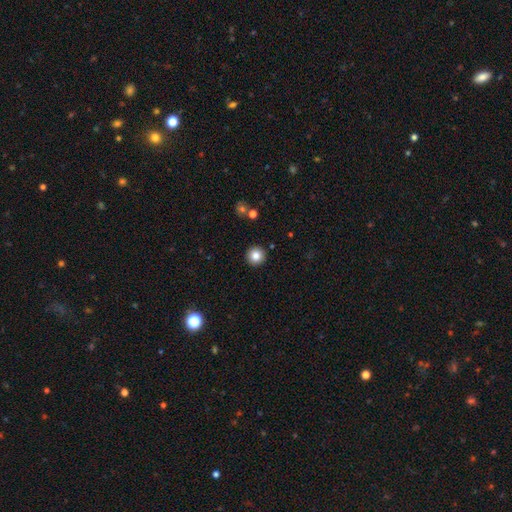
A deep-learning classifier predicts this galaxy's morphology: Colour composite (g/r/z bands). It shows a smooth galaxy with no disk features (83%) that is round (96%). Merging: none (92%).